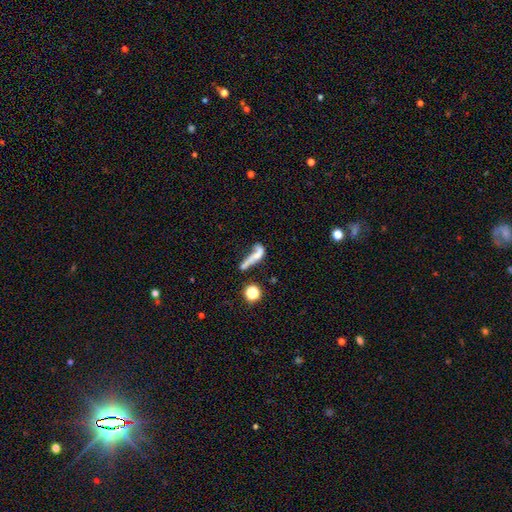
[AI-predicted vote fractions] smooth-or-featured: featured or disk: 43% (tied) | smooth: 43% (tied) | star or artifact: 14%
  merging: merger: 31% | major disturbance: 30% | none: 24% | minor disturbance: 16%